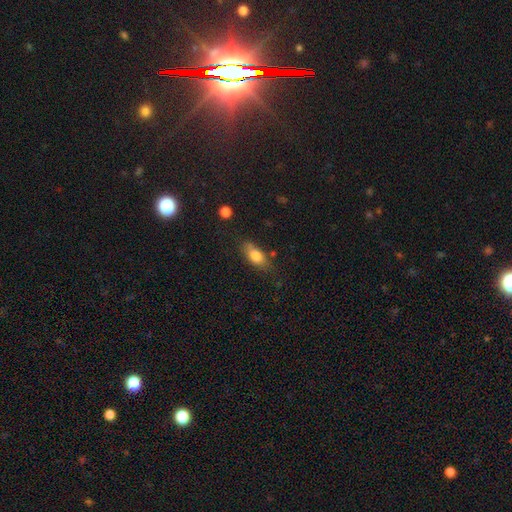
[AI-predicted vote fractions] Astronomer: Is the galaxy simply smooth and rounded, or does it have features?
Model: smooth — 78%.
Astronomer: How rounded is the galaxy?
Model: in between — 82%.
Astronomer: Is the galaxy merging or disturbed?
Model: none — 70%.